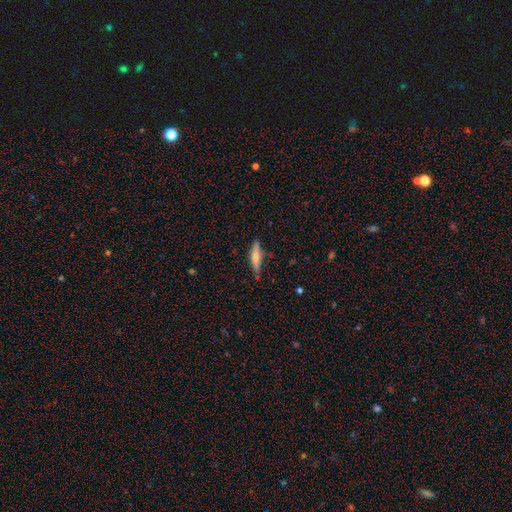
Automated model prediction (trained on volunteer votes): smooth_or_featured: smooth (p=0.55) [alt: featured or disk p=0.39]
how_rounded: cigar-shaped (p=0.81) [alt: in between p=0.17]
merging: none (p=0.79) [alt: minor disturbance p=0.16]